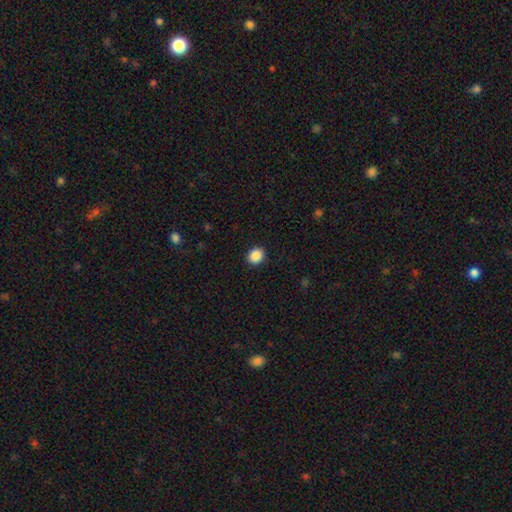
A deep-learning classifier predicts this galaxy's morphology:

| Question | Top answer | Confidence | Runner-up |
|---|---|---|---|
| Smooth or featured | smooth | 88% | star or artifact (9%) |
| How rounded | round | 71% | in between (28%) |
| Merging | none | 91% | minor disturbance (6%) |